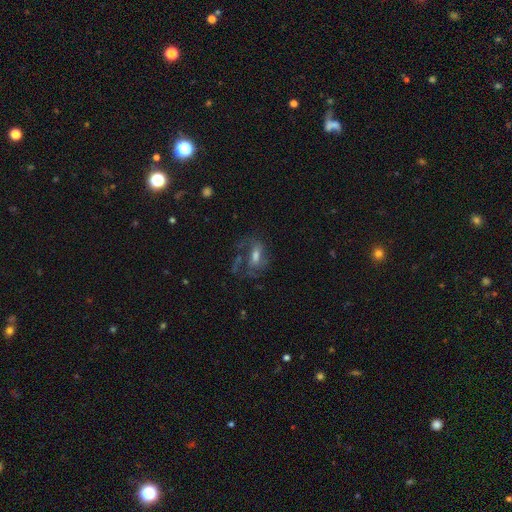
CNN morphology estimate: A featured or disk galaxy (64%) with a weak bar (42%), spiral arms (79%) and a moderate central bulge (53%). Merging: none (43%).